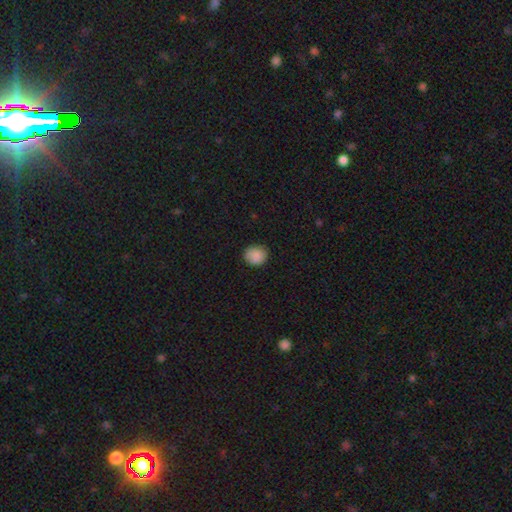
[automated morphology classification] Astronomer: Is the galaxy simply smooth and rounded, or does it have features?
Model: smooth — 88%.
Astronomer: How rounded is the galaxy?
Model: round — 79%.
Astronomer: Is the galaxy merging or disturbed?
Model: none — 83%.